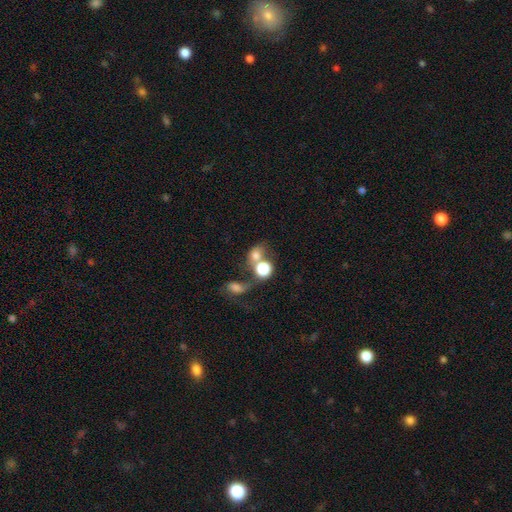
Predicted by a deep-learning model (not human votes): Smooth or featured? smooth (66%)
How rounded? round (62%)
Merging? merger (55%)